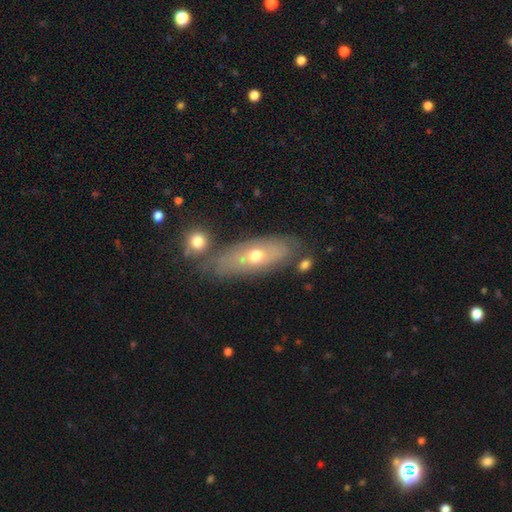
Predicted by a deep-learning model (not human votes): smooth-or-featured: smooth: 47% | featured or disk: 46% | star or artifact: 7%
  merging: none: 61% | minor disturbance: 18% | merger: 14% | major disturbance: 7%